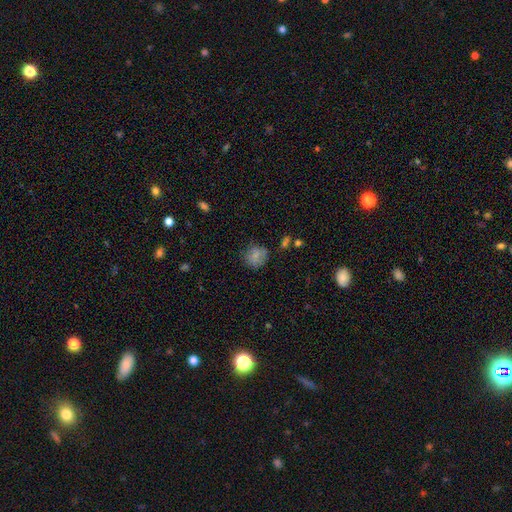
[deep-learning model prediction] Morphology: type=smooth (76%); roundness=round (77%); merging=none (69%).